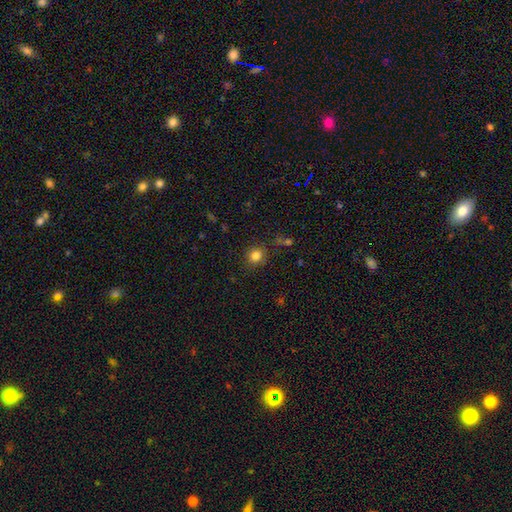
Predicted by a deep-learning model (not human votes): Smooth or featured?
  - smooth: 82% *
  - star or artifact: 13%
  - featured or disk: 6%
How rounded?
  - round: 80% *
  - in between: 19%
  - cigar-shaped: 1%
Merging?
  - none: 84% *
  - minor disturbance: 11%
  - major disturbance: 3%
  - merger: 2%